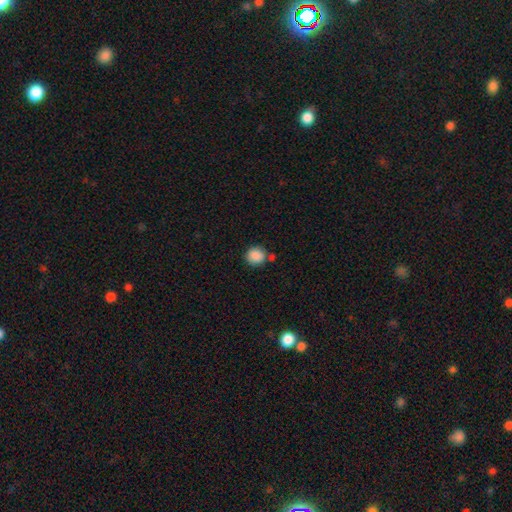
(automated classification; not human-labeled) Smooth or featured? smooth (88%)
How rounded? round (87%)
Merging? none (73%)